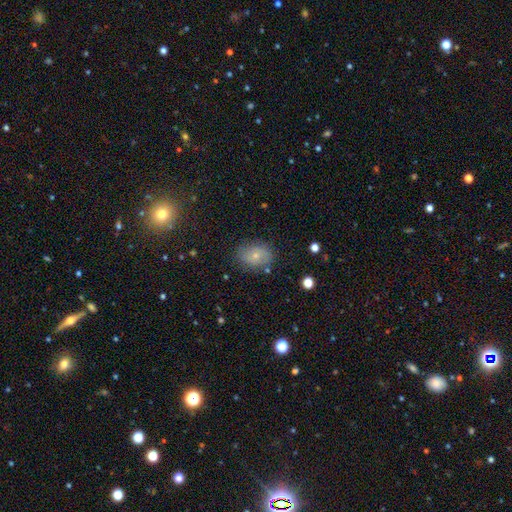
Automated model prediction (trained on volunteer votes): Smooth or featured: smooth — 67% (featured or disk — 22%)
How rounded: in between — 73% (round — 26%)
Merging: none — 78% (minor disturbance — 15%)